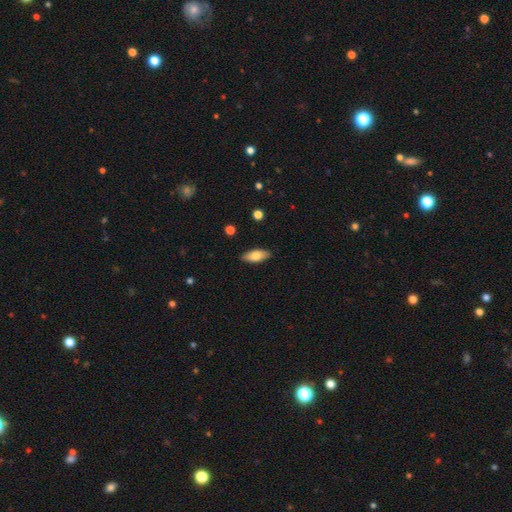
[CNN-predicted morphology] A smooth galaxy with no disk features (78%) that is in between round and cigar-shaped (82%).

Vote fractions:
- Smooth or featured? smooth: 78% / featured or disk: 15% / star or artifact: 6%
- How rounded? in between: 82% / cigar-shaped: 16% / round: 2%
- Merging? none: 87% / minor disturbance: 10% / major disturbance: 2% / merger: 1%